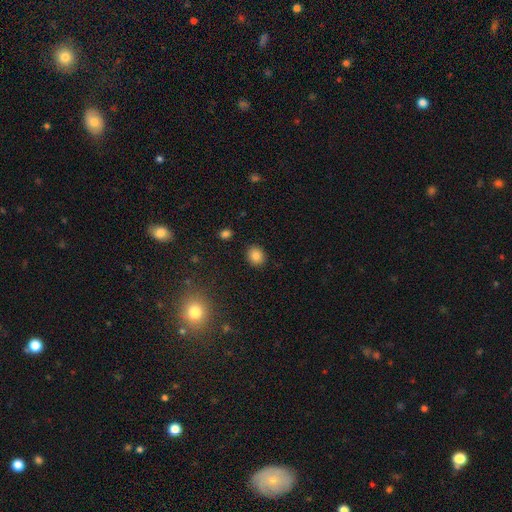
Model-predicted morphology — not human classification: The model was most divided on "how rounded": round: 72%, in between: 27%, cigar-shaped: 1%. More confident: merging — none (90%); smooth or featured — smooth (83%).